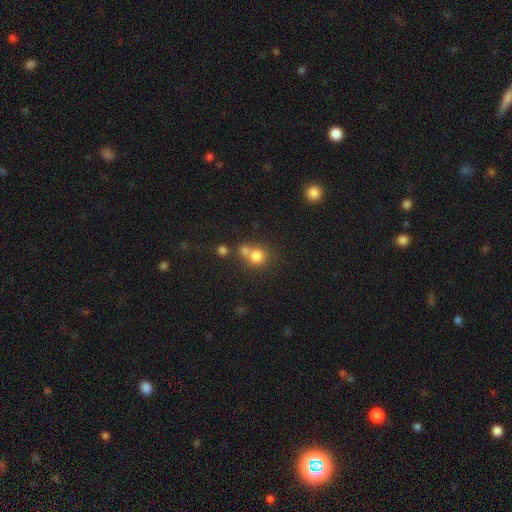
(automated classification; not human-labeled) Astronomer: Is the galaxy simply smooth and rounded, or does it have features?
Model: smooth — 78%.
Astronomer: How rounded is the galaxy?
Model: round — 85%.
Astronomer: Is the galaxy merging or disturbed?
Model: none — 45% (runner-up: merger, 44%).